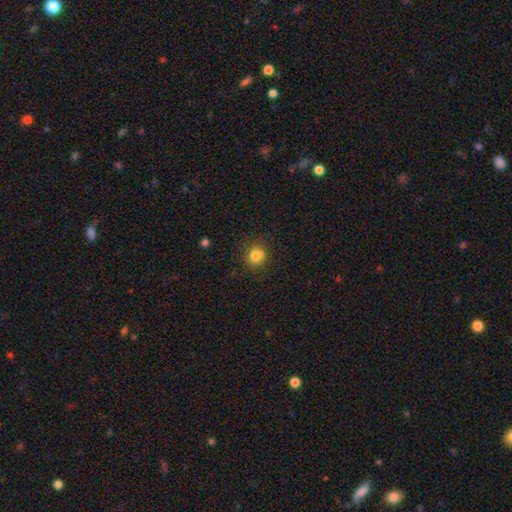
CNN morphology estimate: Smooth or featured? Predicted: smooth (p=0.81). How rounded? Predicted: round (p=0.74). Merging? Predicted: none (p=0.72).